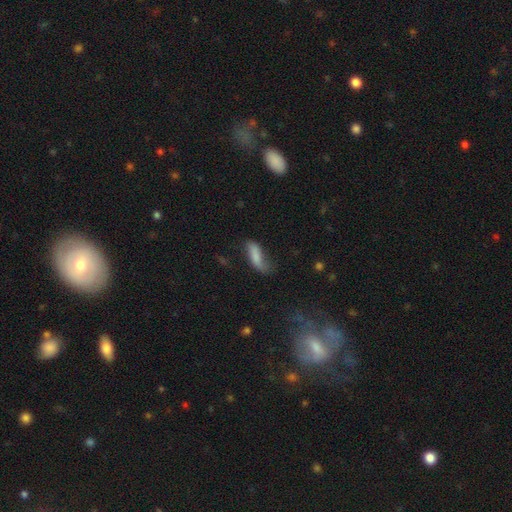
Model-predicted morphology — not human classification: A smooth galaxy with no disk features (69%) that is in between round and cigar-shaped (54%). Merging: none (45%).